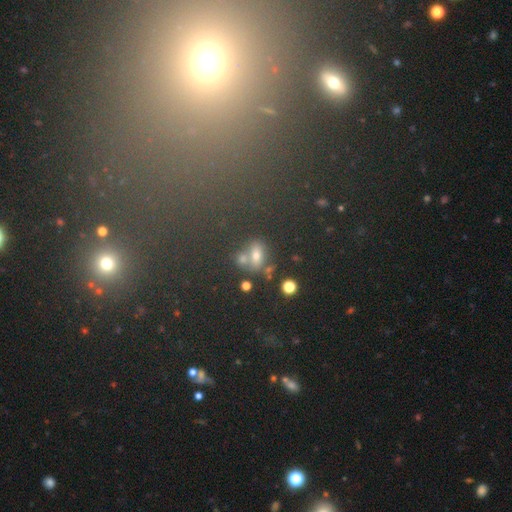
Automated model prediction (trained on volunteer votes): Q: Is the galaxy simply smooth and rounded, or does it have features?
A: smooth — 60%.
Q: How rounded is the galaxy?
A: in between — 70%.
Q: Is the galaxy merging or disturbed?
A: none — 51%.